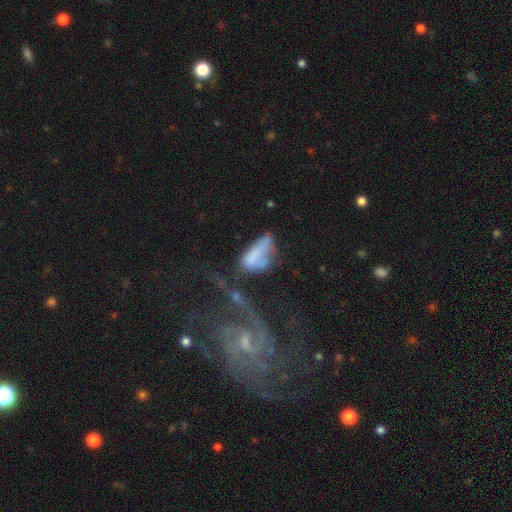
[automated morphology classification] A smooth galaxy with no disk features (54%) that is in between round and cigar-shaped (83%).

Vote fractions:
- Smooth or featured? smooth: 54% / featured or disk: 34% / star or artifact: 12%
- How rounded? in between: 83% / cigar-shaped: 12% / round: 5%
- Merging? major disturbance: 34% / none: 22% / merger: 22% / minor disturbance: 22%